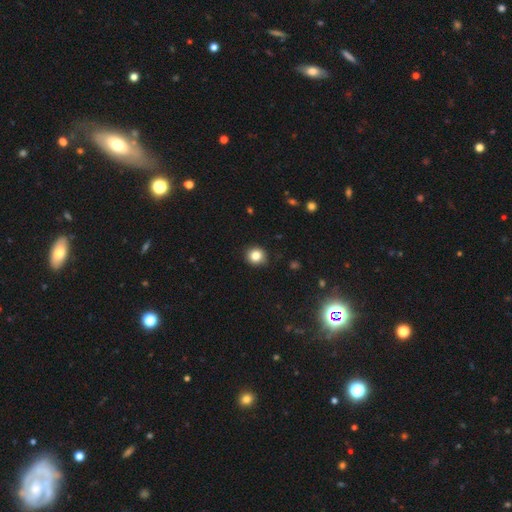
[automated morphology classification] This appears to be a smooth galaxy with no disk features (83%) that is round (90%). Merging: none (90%).